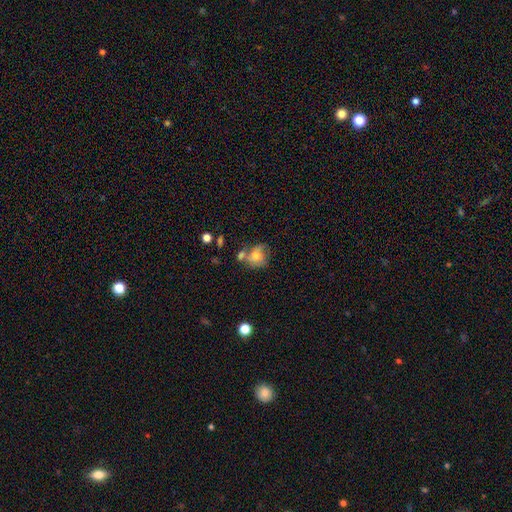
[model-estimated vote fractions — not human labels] smooth-or-featured: smooth: 57% | featured or disk: 33% | star or artifact: 10%
  how-rounded: round: 63% | in between: 35% | cigar-shaped: 1%
  merging: none: 37% | merger: 29% | minor disturbance: 21% | major disturbance: 13%